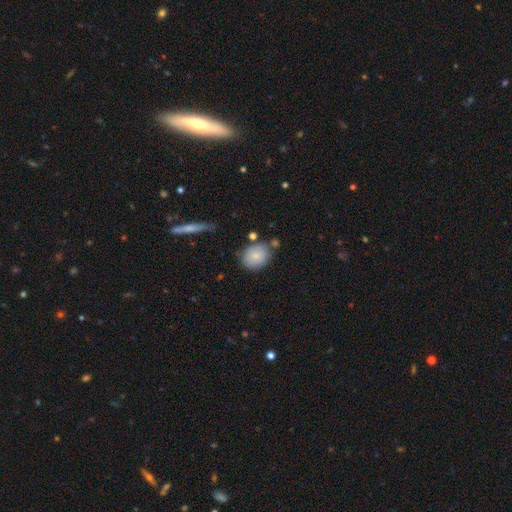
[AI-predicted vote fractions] Smooth or featured?
  - smooth: 83% *
  - featured or disk: 9%
  - star or artifact: 7%
How rounded?
  - round: 55% *
  - in between: 44%
  - cigar-shaped: 1%
Merging?
  - none: 72% *
  - minor disturbance: 16%
  - merger: 7%
  - major disturbance: 4%